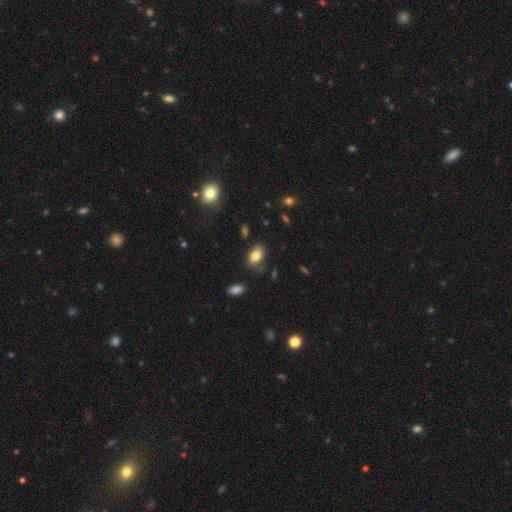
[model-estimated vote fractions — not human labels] Overall: smooth (82%). How rounded: in between (90%). Merging: none (77%).